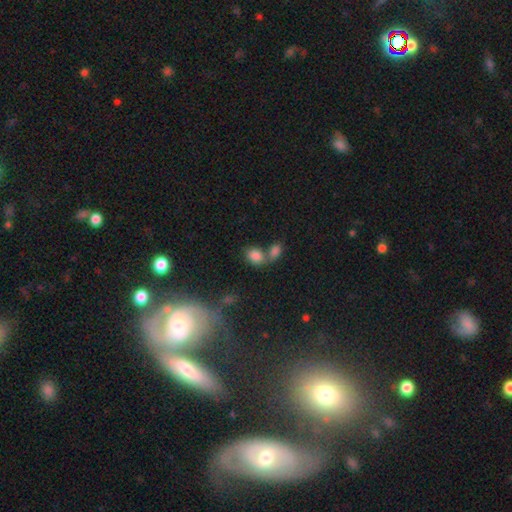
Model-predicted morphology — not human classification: Overall: smooth (81%). How rounded: in between (71%). Merging: merger (50%; none 35%).